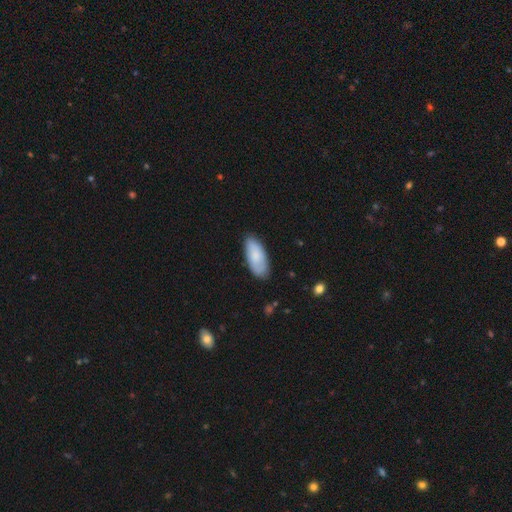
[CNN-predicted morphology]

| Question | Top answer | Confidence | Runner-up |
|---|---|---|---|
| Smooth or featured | smooth | 81% | featured or disk (14%) |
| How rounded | in between | 86% | cigar-shaped (13%) |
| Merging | none | 80% | minor disturbance (16%) |